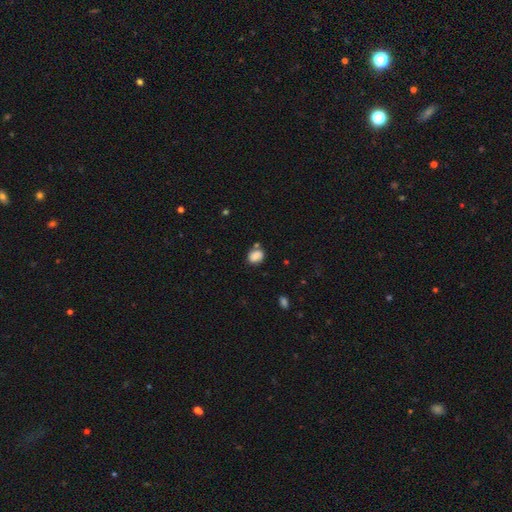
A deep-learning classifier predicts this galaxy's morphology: Smooth or featured?
  - smooth: 82% *
  - star or artifact: 10%
  - featured or disk: 8%
How rounded?
  - in between: 51% *
  - round: 48%
  - cigar-shaped: 1%
Merging?
  - none: 63% *
  - minor disturbance: 18%
  - merger: 13%
  - major disturbance: 5%